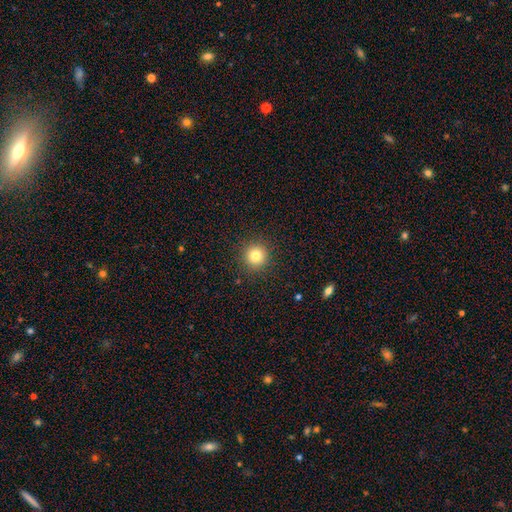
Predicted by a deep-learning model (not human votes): This is clearly a smooth galaxy (80%). How rounded: clearly round (95%). Merging: clearly none (91%).